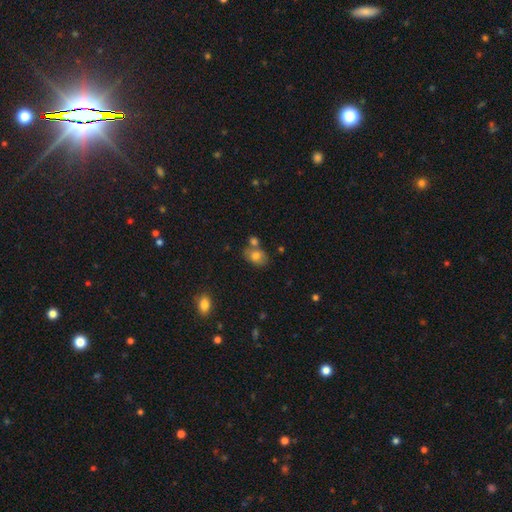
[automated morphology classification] The model was most divided on "merging": none: 54%, merger: 25%, minor disturbance: 16%, major disturbance: 5%. More confident: how rounded — in between (78%); smooth or featured — smooth (73%).